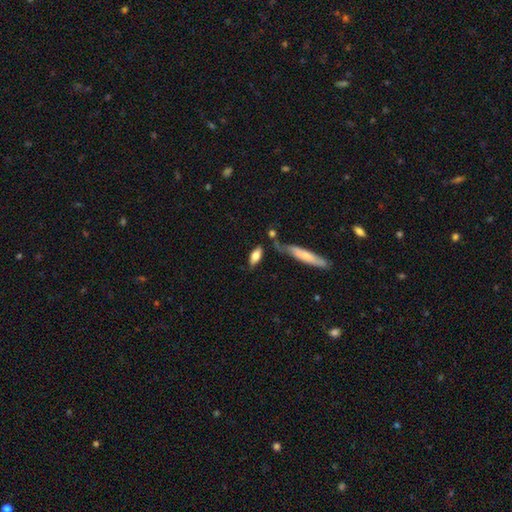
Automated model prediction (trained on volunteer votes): Smooth or featured?
  - smooth: 72% *
  - featured or disk: 21%
  - star or artifact: 7%
How rounded?
  - in between: 74% *
  - cigar-shaped: 23%
  - round: 3%
Merging?
  - none: 66% *
  - minor disturbance: 17%
  - merger: 11%
  - major disturbance: 6%